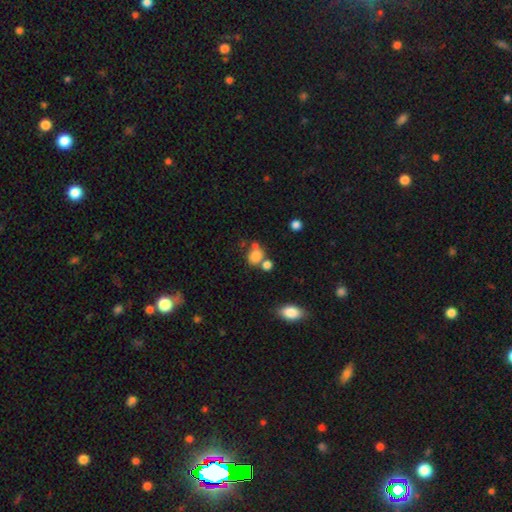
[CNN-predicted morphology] A smooth galaxy with no disk features (80%) that is round (57%).

Vote fractions:
- Smooth or featured? smooth: 80% / star or artifact: 12% / featured or disk: 8%
- How rounded? round: 57% / in between: 41% / cigar-shaped: 1%
- Merging? none: 46% / merger: 33% / minor disturbance: 14% / major disturbance: 7%